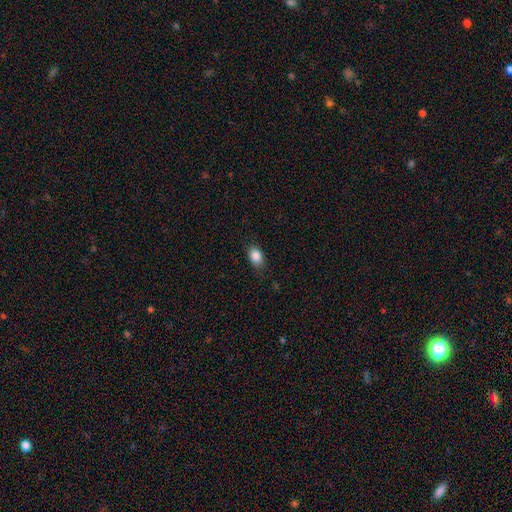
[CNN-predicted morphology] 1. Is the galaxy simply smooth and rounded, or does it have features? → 87% smooth, 8% star or artifact, 5% featured or disk.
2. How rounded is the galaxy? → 81% in between, 18% round, 1% cigar-shaped.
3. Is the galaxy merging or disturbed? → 82% none, 14% minor disturbance, 3% major disturbance, 1% merger.